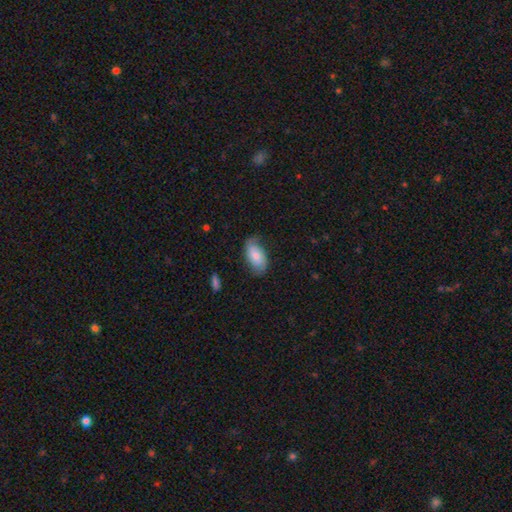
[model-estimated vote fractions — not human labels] Smooth or featured: smooth — 64% (featured or disk — 30%)
How rounded: in between — 94% (round — 4%)
Merging: none — 68% (minor disturbance — 24%)